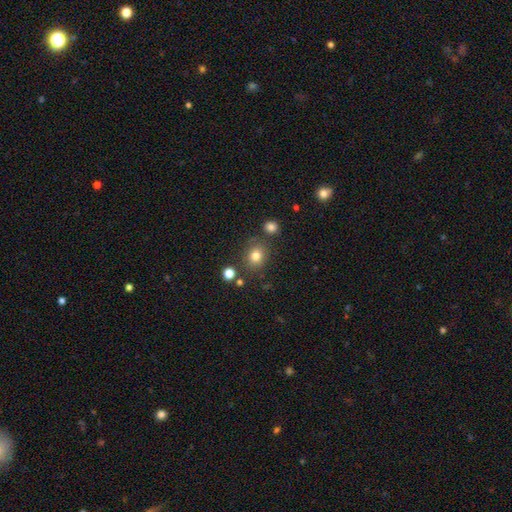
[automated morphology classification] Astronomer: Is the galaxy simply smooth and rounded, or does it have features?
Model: smooth — 79%.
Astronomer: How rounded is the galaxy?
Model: round — 75%.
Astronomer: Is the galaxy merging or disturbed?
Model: none — 79%.